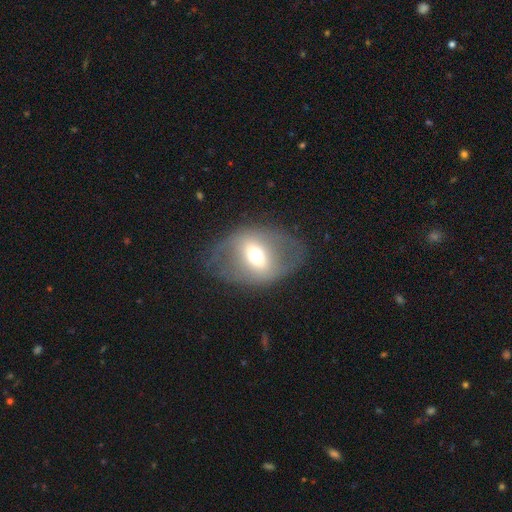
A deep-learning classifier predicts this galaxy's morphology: featured or disk 49%, smooth 42%, star or artifact 9%. Down the decision tree: merging — none (69%).